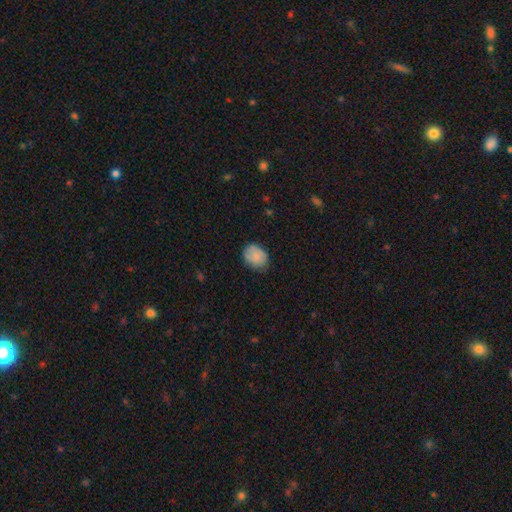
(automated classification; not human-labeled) This appears to be a smooth galaxy with no disk features (74%) that is in between round and cigar-shaped (58%). Merging: none (72%).